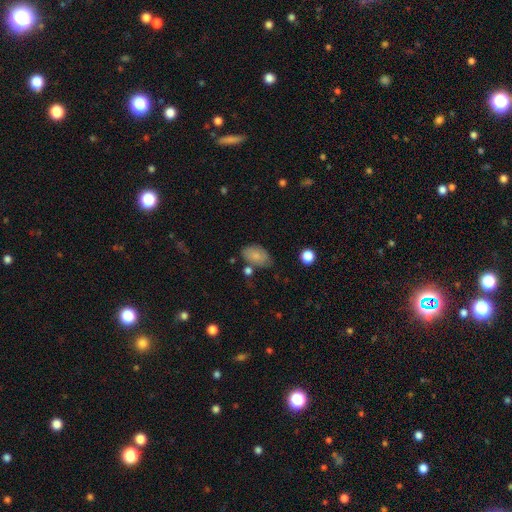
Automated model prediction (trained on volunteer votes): The model was most divided on "merging": none: 63%, minor disturbance: 23%, merger: 8%, major disturbance: 6%. More confident: how rounded — in between (91%); smooth or featured — smooth (79%).